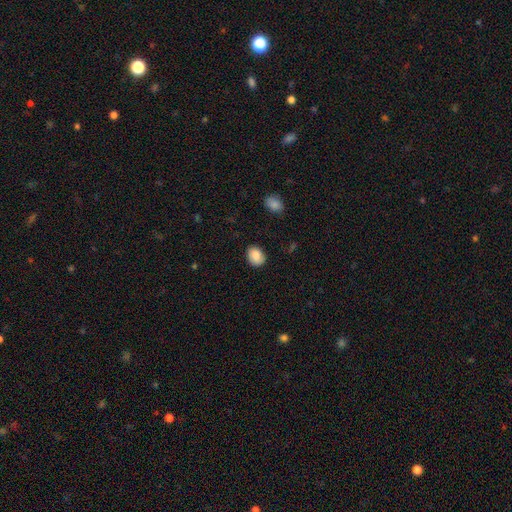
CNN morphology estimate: This is clearly a smooth galaxy (87%). How rounded: possibly in between (56%). Merging: clearly none (85%).